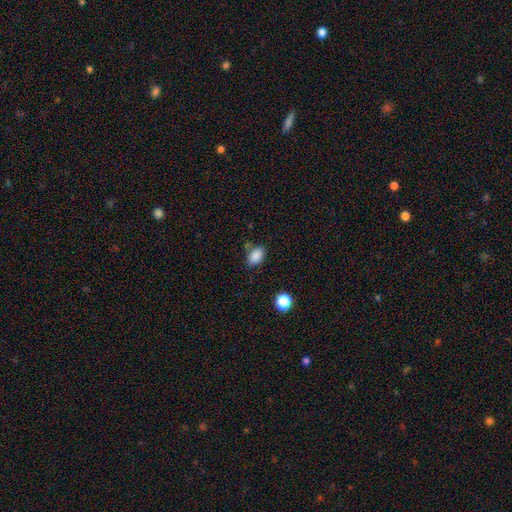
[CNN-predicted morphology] Overall: smooth (86%). How rounded: in between (85%). Merging: none (71%).